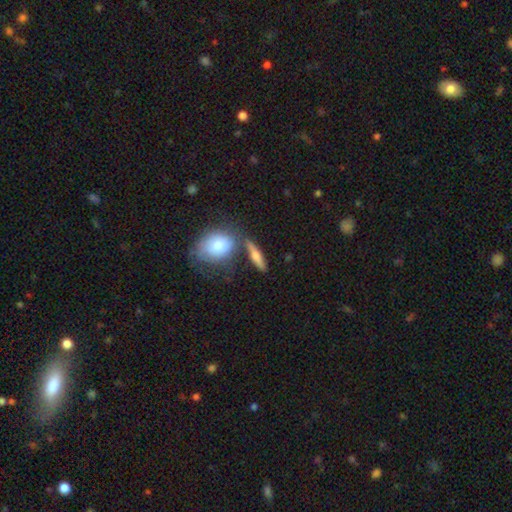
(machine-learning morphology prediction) Smooth or featured: smooth — 55% (featured or disk — 38%)
How rounded: cigar-shaped — 58% (in between — 35%)
Merging: none — 68% (merger — 15%)